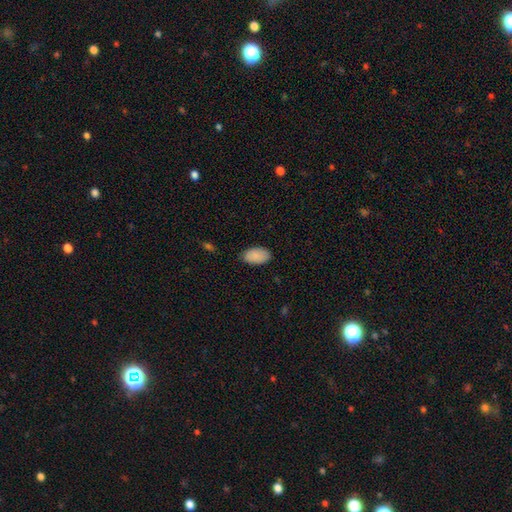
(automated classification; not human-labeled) smooth 90%, star or artifact 6%, featured or disk 4%. Down the decision tree: how rounded — in between (95%); merging — none (85%).